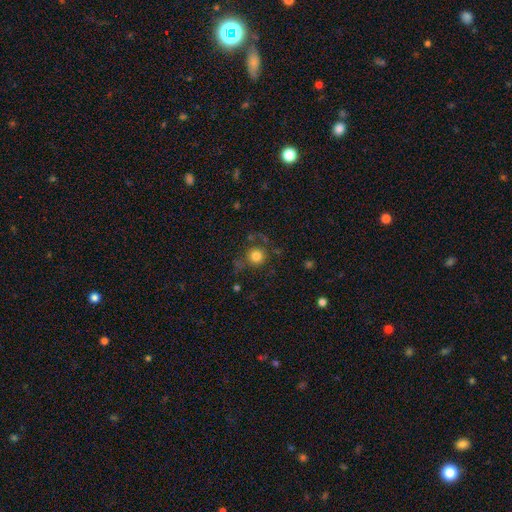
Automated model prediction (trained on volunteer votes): This is likely a smooth galaxy (77%). How rounded: clearly round (93%). Merging: likely none (70%).